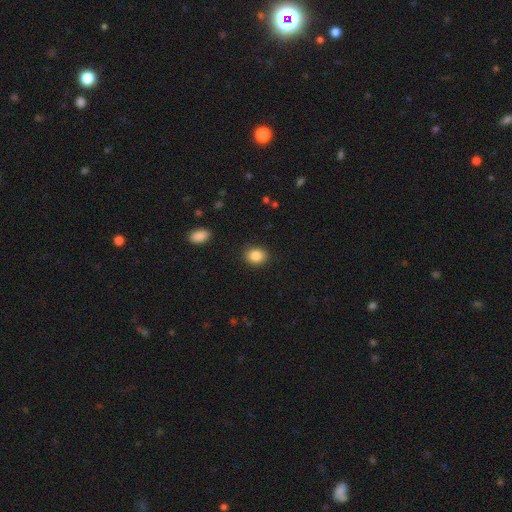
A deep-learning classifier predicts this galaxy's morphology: A smooth galaxy with no disk features (86%) that is round (55%).

Vote fractions:
- Smooth or featured? smooth: 86% / star or artifact: 9% / featured or disk: 5%
- How rounded? round: 55% / in between: 44% / cigar-shaped: 1%
- Merging? none: 89% / minor disturbance: 7% / major disturbance: 2% / merger: 1%